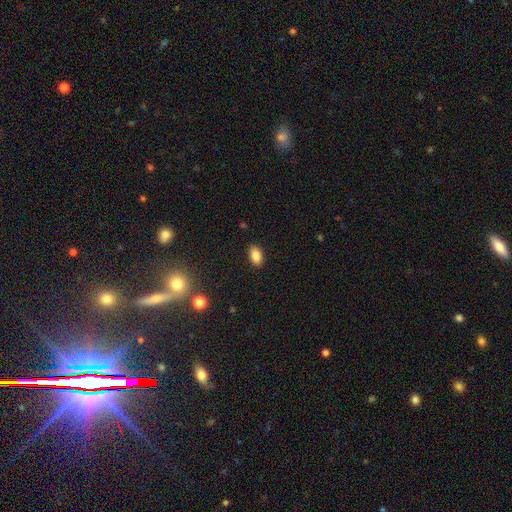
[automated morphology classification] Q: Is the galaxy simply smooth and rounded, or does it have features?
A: smooth — 84%.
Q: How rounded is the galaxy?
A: in between — 91%.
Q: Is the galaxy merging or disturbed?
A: none — 88%.